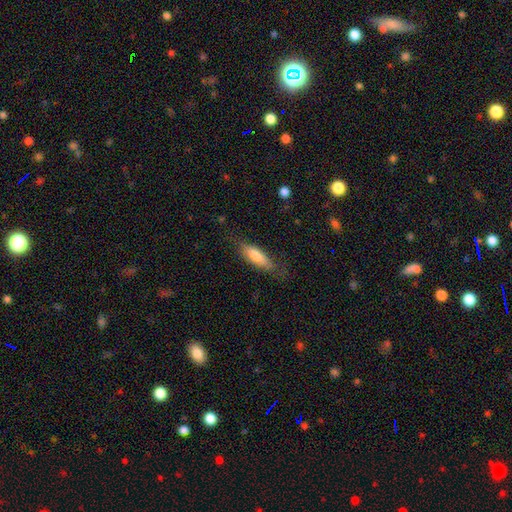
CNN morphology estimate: smooth-or-featured: smooth: 73% | featured or disk: 21% | star or artifact: 6%
  how-rounded: in between: 50% | cigar-shaped: 48% | round: 2%
  merging: none: 69% | minor disturbance: 22% | major disturbance: 8% | merger: 1%